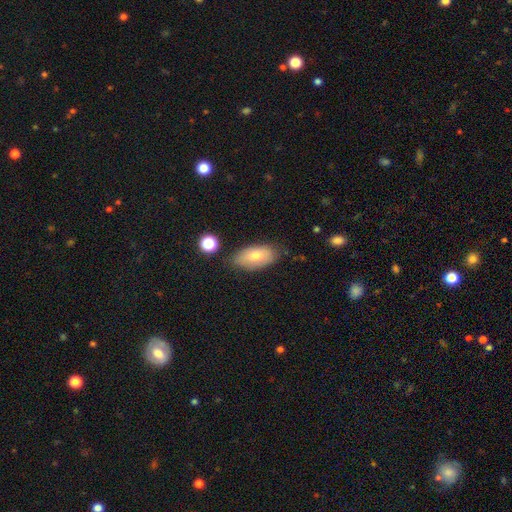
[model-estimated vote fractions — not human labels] A smooth galaxy with no disk features (72%) that is in between round and cigar-shaped (91%).

Vote fractions:
- Smooth or featured? smooth: 72% / featured or disk: 21% / star or artifact: 8%
- How rounded? in between: 91% / cigar-shaped: 5% / round: 4%
- Merging? none: 74% / minor disturbance: 19% / major disturbance: 4% / merger: 3%